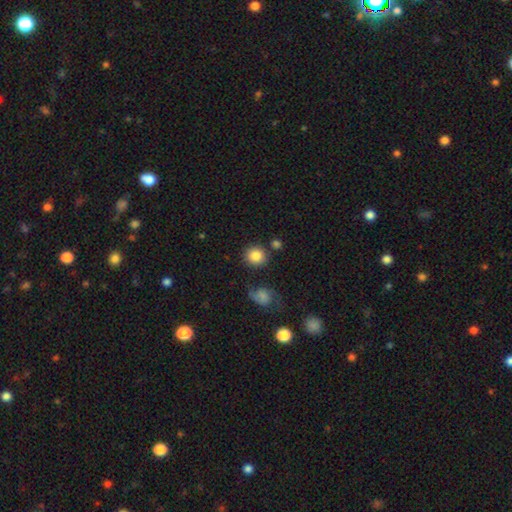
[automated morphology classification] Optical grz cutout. It shows a smooth galaxy with no disk features (84%) that is round (87%). Merging: none (79%).